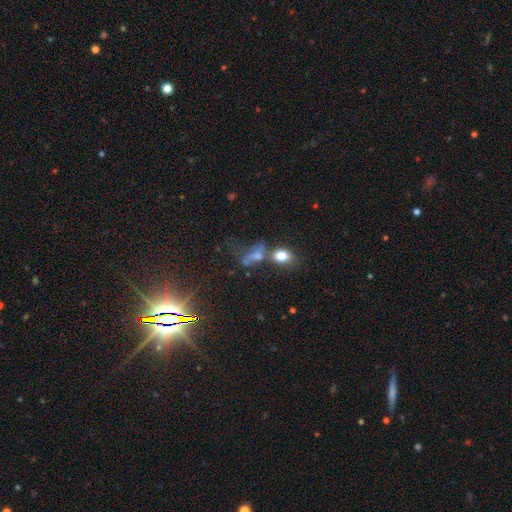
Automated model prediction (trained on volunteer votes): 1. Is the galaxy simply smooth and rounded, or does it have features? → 59% smooth, 21% featured or disk, 20% star or artifact.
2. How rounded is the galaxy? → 69% in between, 25% round, 6% cigar-shaped.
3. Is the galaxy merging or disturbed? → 42% merger, 27% none, 18% major disturbance, 13% minor disturbance.